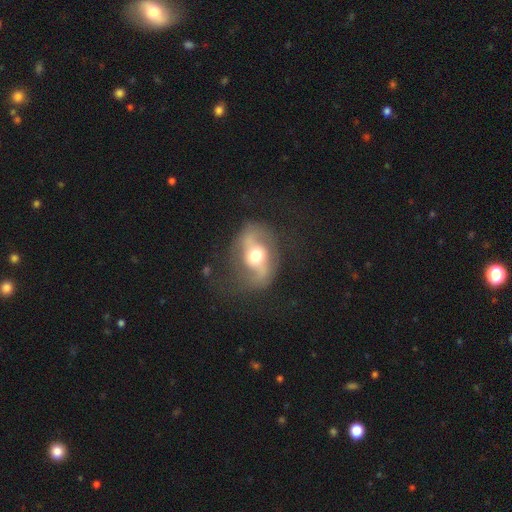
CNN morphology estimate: smooth_or_featured: featured or disk (p=0.82) [alt: smooth p=0.13]
disk_edge_on: no (p=0.95) [alt: yes p=0.05]
bar: strong (p=0.38) [alt: weak p=0.35]
has_spiral_arms: yes (p=0.85) [alt: no p=0.15]
spiral_winding: loose (p=0.44) [alt: medium p=0.43]
spiral_arm_count: 2 (p=0.91) [alt: can't tell p=0.04]
bulge_size: moderate (p=0.58) [alt: large p=0.32]
merging: none (p=0.70) [alt: minor disturbance p=0.16]